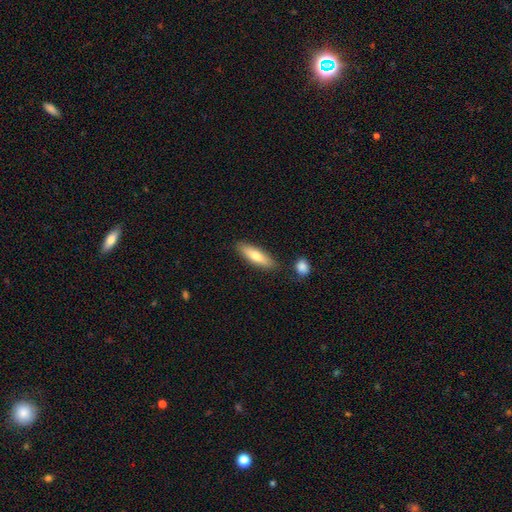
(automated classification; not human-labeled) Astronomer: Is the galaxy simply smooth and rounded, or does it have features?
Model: smooth — 71%.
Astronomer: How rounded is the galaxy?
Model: cigar-shaped — 62%.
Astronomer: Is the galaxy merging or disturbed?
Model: none — 82%.